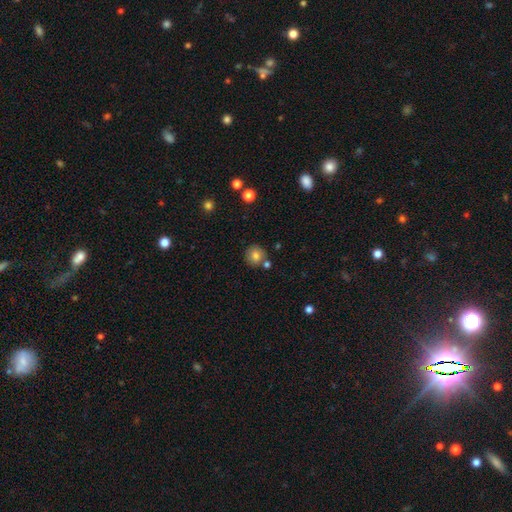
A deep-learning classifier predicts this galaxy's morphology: This is likely a smooth galaxy (80%). How rounded: clearly round (92%). Merging: likely none (77%).